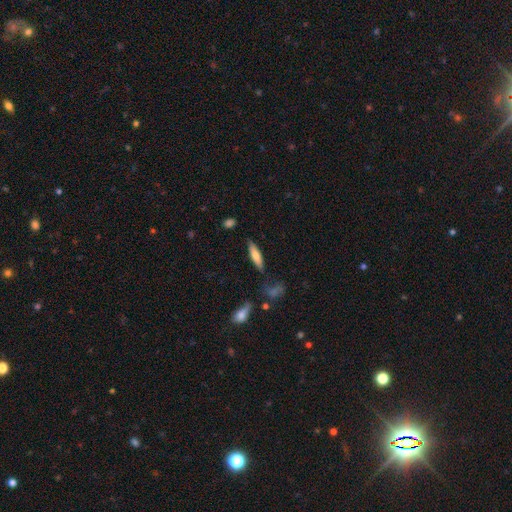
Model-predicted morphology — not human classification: Q: Smooth or featured?
A: smooth (64%); runner-up: featured or disk (30%)
Q: How rounded?
A: cigar-shaped (70%); runner-up: in between (29%)
Q: Merging?
A: none (80%); runner-up: minor disturbance (14%)